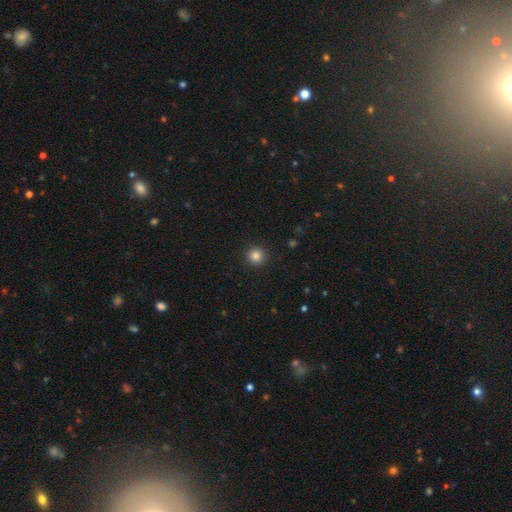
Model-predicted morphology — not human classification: Q: Smooth or featured?
A: smooth (84%); runner-up: star or artifact (12%)
Q: How rounded?
A: round (94%); runner-up: in between (5%)
Q: Merging?
A: none (92%); runner-up: minor disturbance (5%)